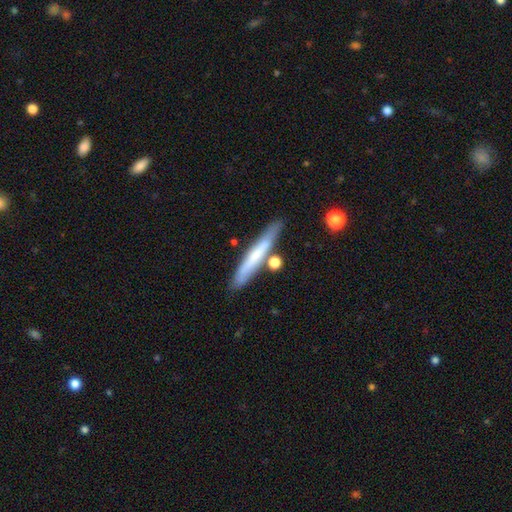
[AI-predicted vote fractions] smooth-or-featured: smooth: 56% | featured or disk: 37% | star or artifact: 7%
  how-rounded: cigar-shaped: 94% | in between: 5% | round: 2%
  merging: none: 75% | minor disturbance: 13% | merger: 8% | major disturbance: 3%